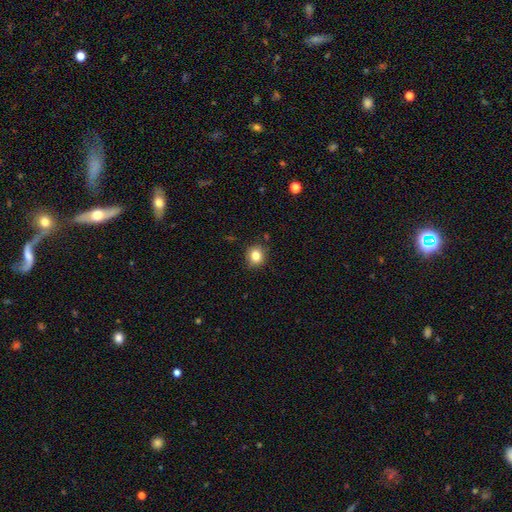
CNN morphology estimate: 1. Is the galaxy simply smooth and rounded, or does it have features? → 82% smooth, 11% star or artifact, 7% featured or disk.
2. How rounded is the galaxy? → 83% round, 16% in between, 1% cigar-shaped.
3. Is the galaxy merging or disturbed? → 87% none, 9% minor disturbance, 2% major disturbance, 2% merger.